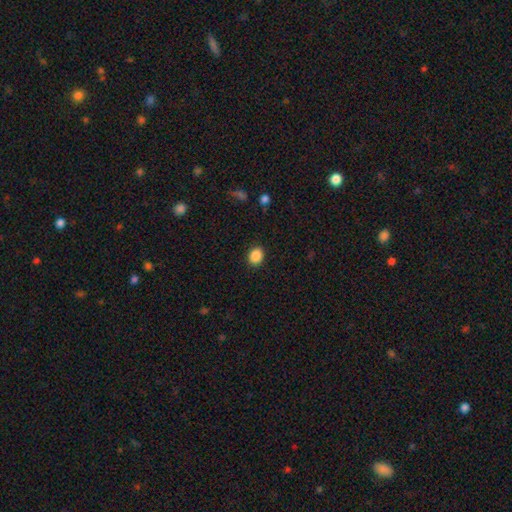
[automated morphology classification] Smooth or featured? Predicted: smooth (p=0.88). How rounded? Predicted: round (p=0.56). Merging? Predicted: none (p=0.90).